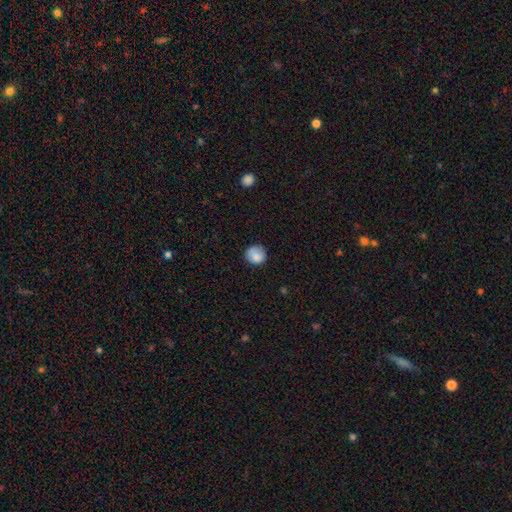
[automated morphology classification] A smooth galaxy with no disk features (84%) that is round (88%). Merging: none (76%).